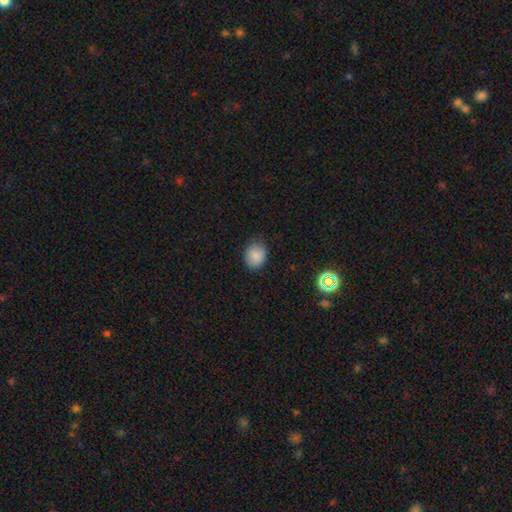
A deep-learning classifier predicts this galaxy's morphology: type=smooth (85%); roundness=round (61%); merging=none (79%).